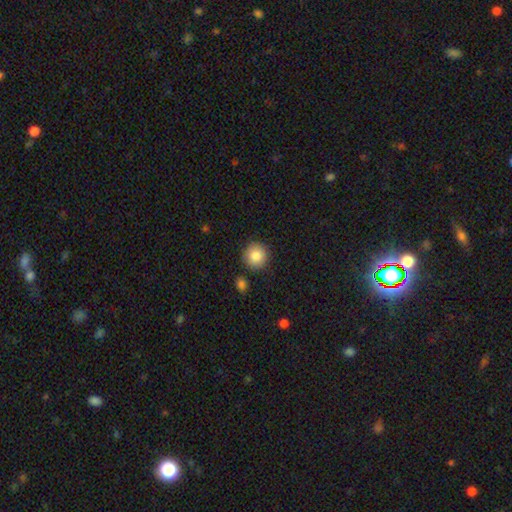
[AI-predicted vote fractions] A smooth galaxy with no disk features (84%) that is round (94%).

Vote fractions:
- Smooth or featured? smooth: 84% / star or artifact: 9% / featured or disk: 7%
- How rounded? round: 94% / in between: 5% / cigar-shaped: 1%
- Merging? none: 88% / minor disturbance: 7% / merger: 3% / major disturbance: 2%